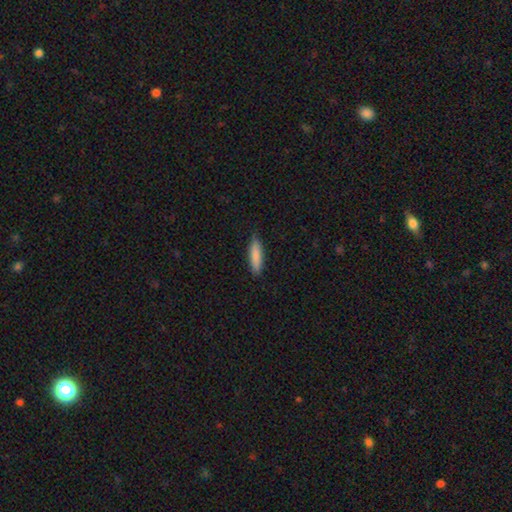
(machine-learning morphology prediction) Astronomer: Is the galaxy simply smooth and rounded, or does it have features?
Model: smooth — 86%.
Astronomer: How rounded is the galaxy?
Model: cigar-shaped — 73%.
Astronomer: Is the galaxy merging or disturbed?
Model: none — 87%.